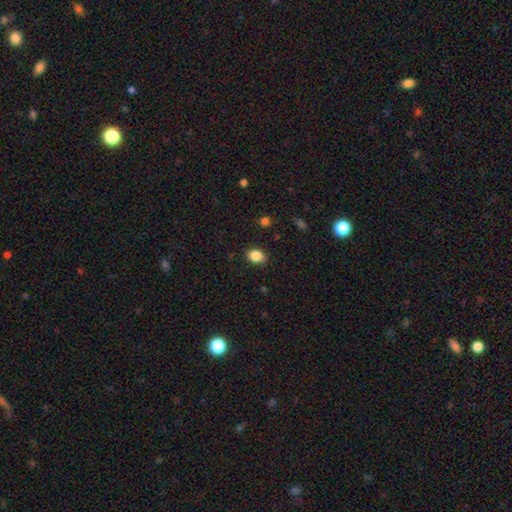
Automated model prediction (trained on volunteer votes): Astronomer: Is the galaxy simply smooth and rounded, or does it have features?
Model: smooth — 86%.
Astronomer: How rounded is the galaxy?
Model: in between — 71%.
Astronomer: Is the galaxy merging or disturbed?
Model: none — 84%.